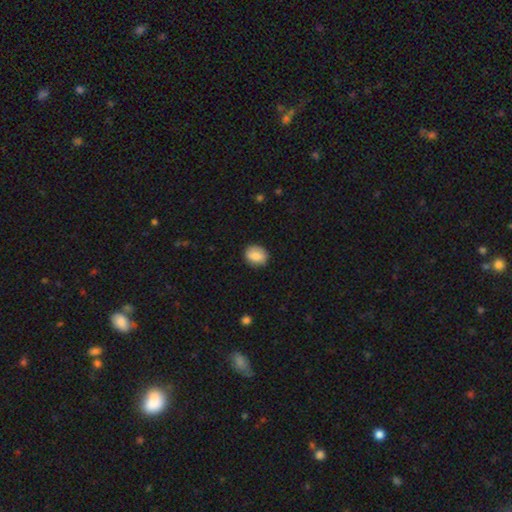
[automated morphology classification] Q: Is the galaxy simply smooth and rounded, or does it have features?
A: smooth — 82%.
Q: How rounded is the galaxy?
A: round — 54%.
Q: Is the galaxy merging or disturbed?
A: none — 86%.